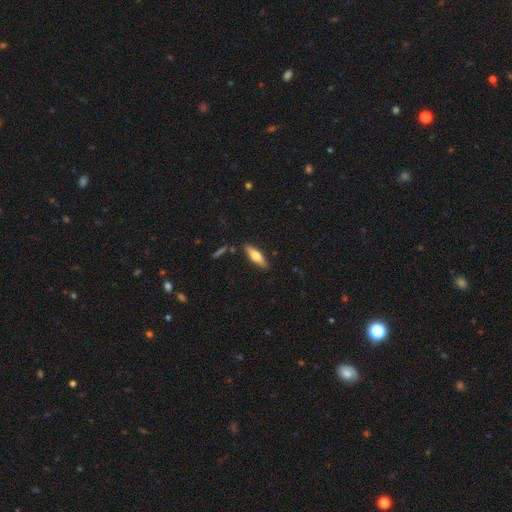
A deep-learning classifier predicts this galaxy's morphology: smooth_or_featured: smooth (p=0.54) [alt: featured or disk p=0.40]
how_rounded: cigar-shaped (p=0.60) [alt: in between p=0.38]
merging: none (p=0.87) [alt: minor disturbance p=0.09]